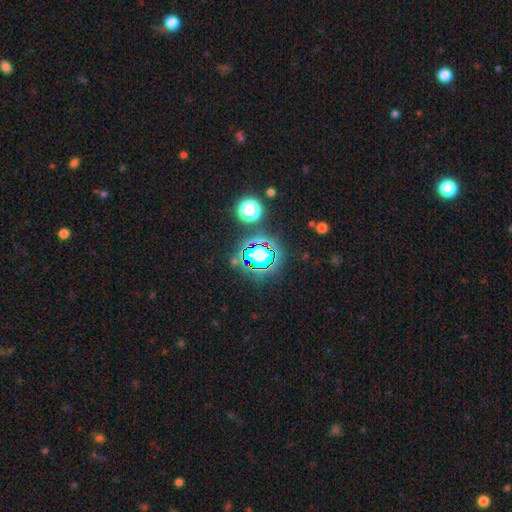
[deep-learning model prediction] Smooth or featured: star or artifact — 75% (smooth — 16%)